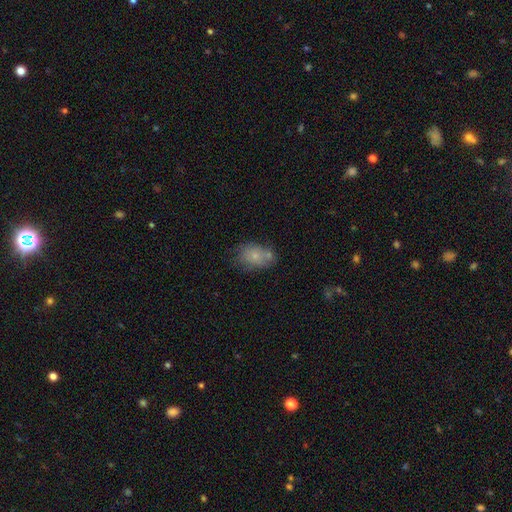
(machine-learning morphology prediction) Q: Smooth or featured?
A: smooth (72%); runner-up: featured or disk (18%)
Q: How rounded?
A: in between (76%); runner-up: round (22%)
Q: Merging?
A: none (53%); runner-up: minor disturbance (21%)